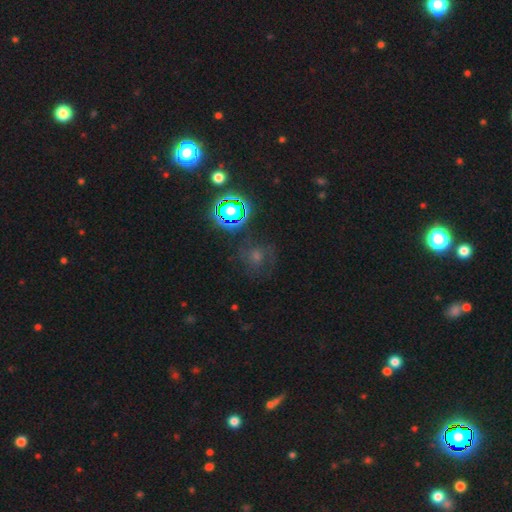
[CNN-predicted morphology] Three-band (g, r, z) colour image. It shows a smooth galaxy with no disk features (38%, tied with star or artifact). Merging: none (68%).